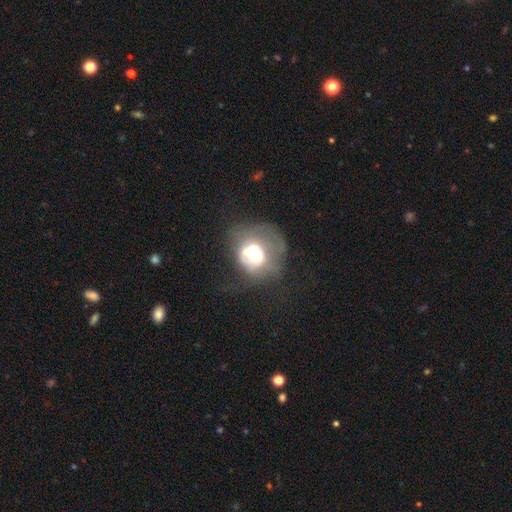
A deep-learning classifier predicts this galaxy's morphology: This appears to be a smooth galaxy with no disk features (46%). Merging: merger (37%).